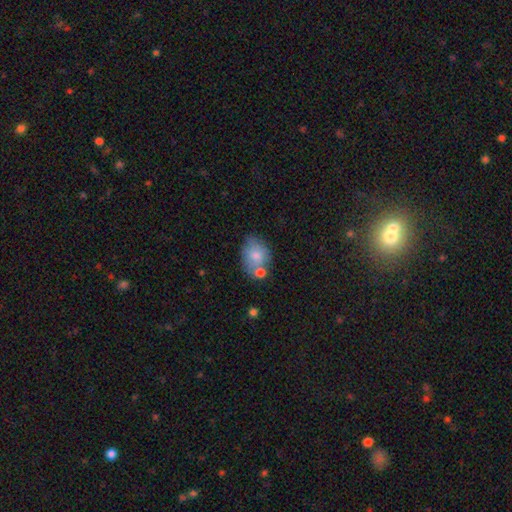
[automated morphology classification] Q: Smooth or featured?
A: smooth (75%); runner-up: featured or disk (17%)
Q: How rounded?
A: in between (63%); runner-up: round (36%)
Q: Merging?
A: none (49%); runner-up: merger (23%)